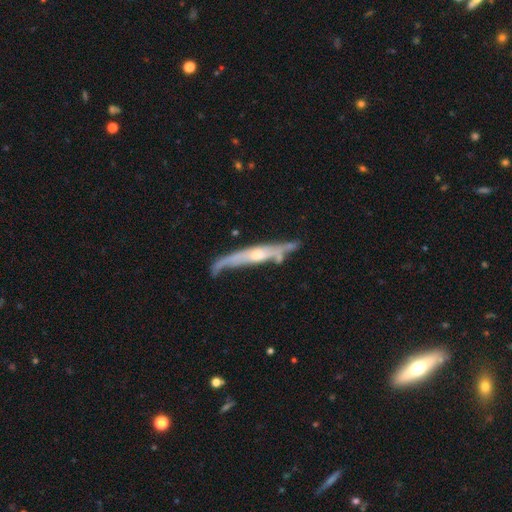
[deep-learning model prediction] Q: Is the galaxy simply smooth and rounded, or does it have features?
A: featured or disk — 73%.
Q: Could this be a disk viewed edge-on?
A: yes — 79%.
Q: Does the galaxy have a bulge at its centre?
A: rounded — 67%.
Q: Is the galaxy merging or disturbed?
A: none — 52%.